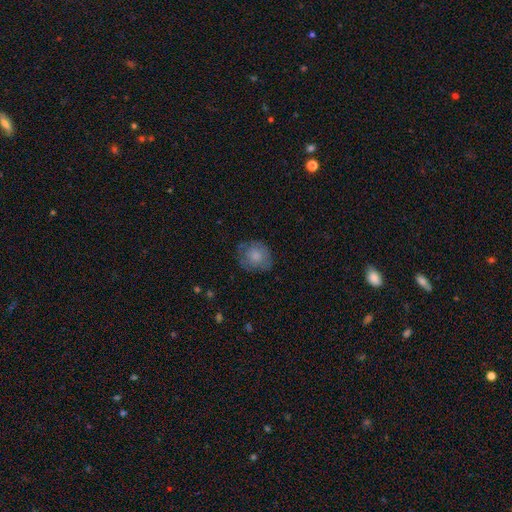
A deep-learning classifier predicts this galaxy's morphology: This appears to be a smooth galaxy with no disk features (75%) that is round (74%). Merging: none (68%).